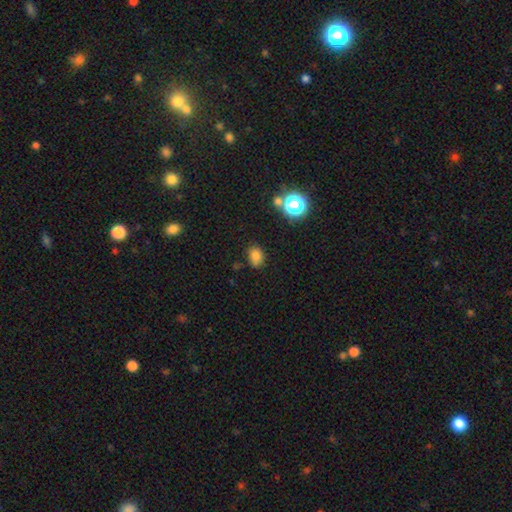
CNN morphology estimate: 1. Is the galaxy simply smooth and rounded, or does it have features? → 77% smooth, 16% star or artifact, 7% featured or disk.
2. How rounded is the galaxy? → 69% in between, 29% round, 1% cigar-shaped.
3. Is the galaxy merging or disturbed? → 76% none, 16% minor disturbance, 4% merger, 4% major disturbance.